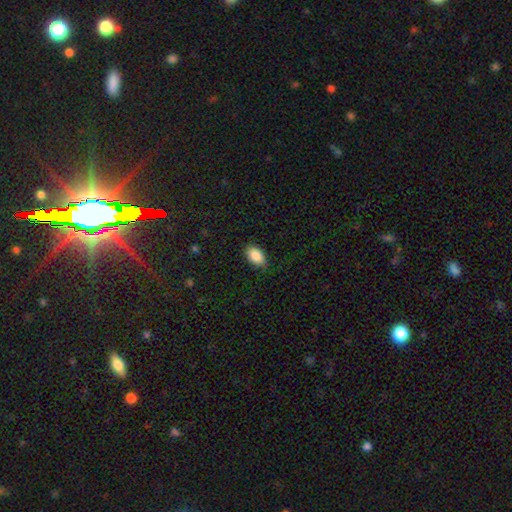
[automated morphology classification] Smooth or featured? smooth (88%)
How rounded? in between (92%)
Merging? none (84%)